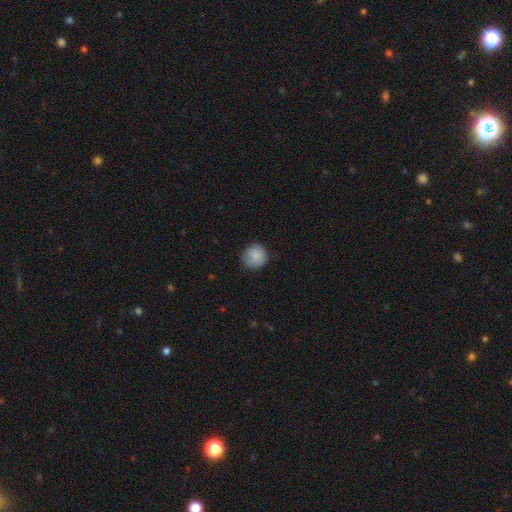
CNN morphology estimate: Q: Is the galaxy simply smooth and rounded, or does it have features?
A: smooth — 88%.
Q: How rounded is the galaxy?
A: round — 92%.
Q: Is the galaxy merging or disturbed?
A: none — 84%.